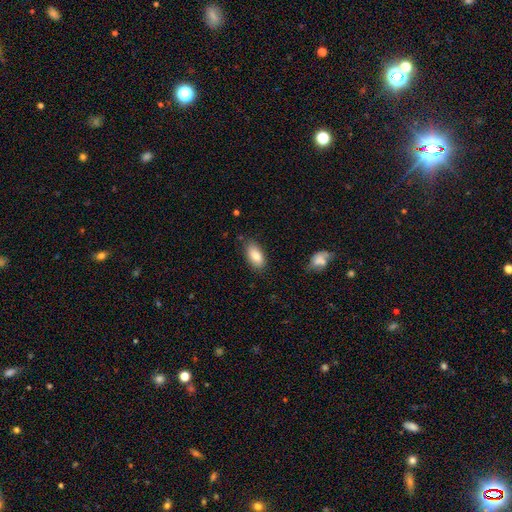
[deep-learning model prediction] Smooth or featured? smooth (84%)
How rounded? in between (92%)
Merging? none (81%)